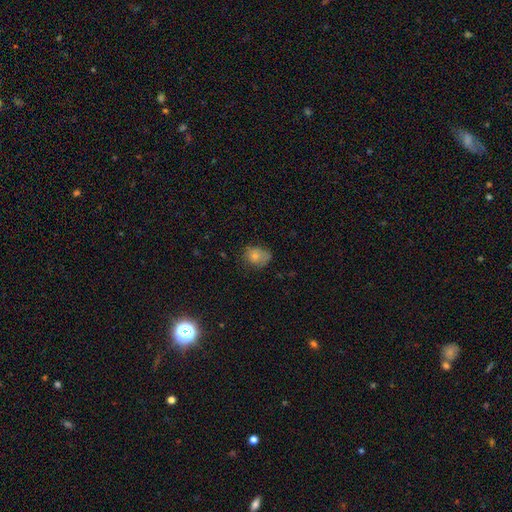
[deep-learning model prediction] The model was most divided on "how rounded": in between: 52%, round: 47%, cigar-shaped: 1%. More confident: smooth or featured — smooth (75%); merging — none (52%).